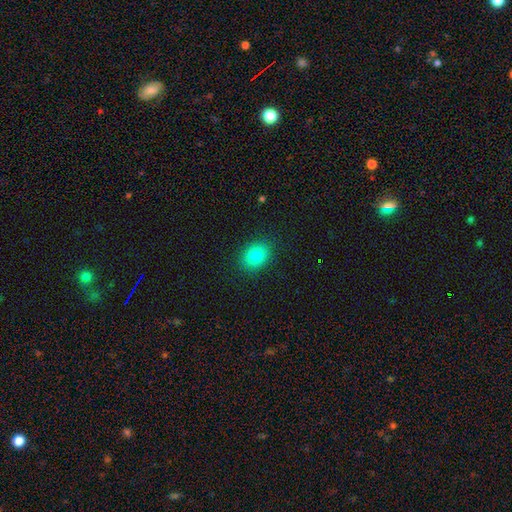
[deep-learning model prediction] This appears to be a smooth galaxy with no disk features (84%) that is in between round and cigar-shaped (63%). Merging: none (88%).